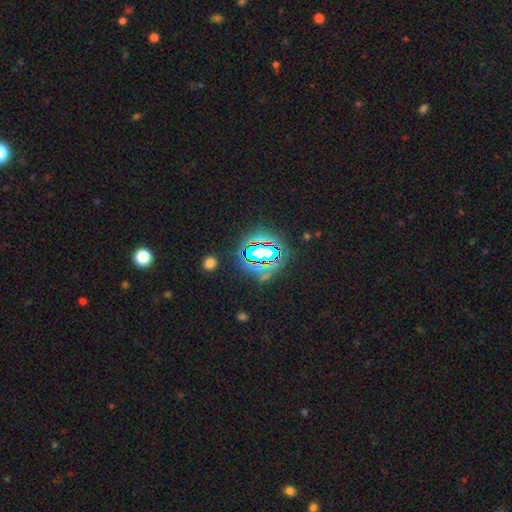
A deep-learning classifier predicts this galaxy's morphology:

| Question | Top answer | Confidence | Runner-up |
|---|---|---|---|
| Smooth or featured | star or artifact | 75% | smooth (15%) |